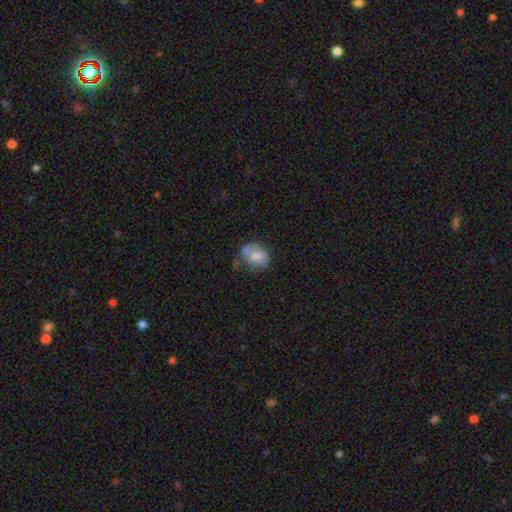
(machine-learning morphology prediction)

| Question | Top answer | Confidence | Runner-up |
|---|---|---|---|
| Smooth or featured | smooth | 66% | featured or disk (26%) |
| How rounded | in between | 52% | round (46%) |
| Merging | none | 45% | minor disturbance (32%) |